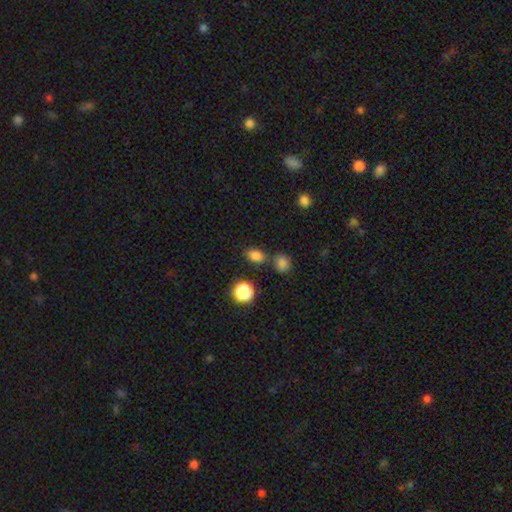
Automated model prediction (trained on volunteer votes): A smooth galaxy with no disk features (79%) that is in between round and cigar-shaped (66%). Merging: none (71%).